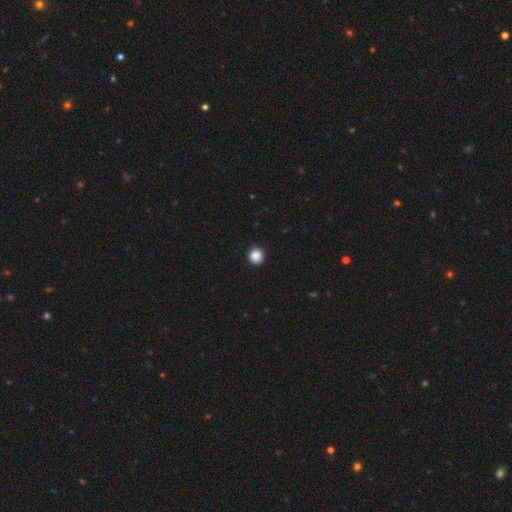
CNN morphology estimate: type=smooth (87%); roundness=round (93%); merging=none (91%).